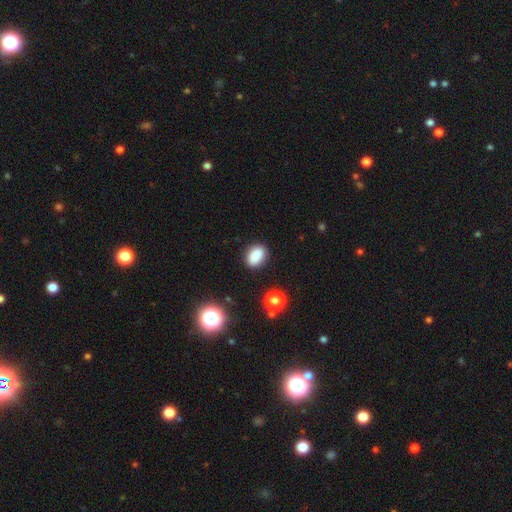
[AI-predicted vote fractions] Smooth or featured: smooth — 86% (star or artifact — 10%)
How rounded: in between — 81% (round — 18%)
Merging: none — 87% (minor disturbance — 9%)